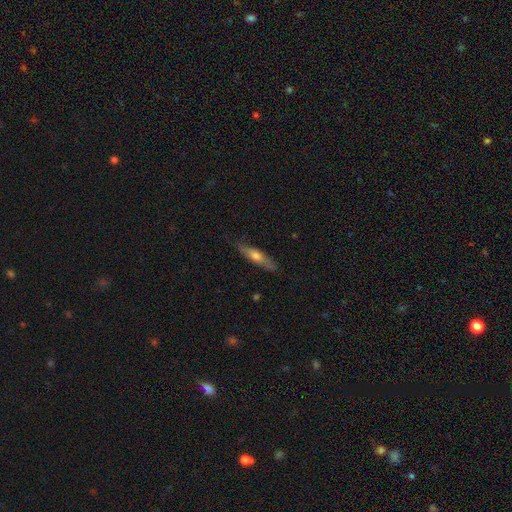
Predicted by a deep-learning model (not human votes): A smooth galaxy with no disk features (51%) that is cigar-shaped (77%). Merging: none (82%).